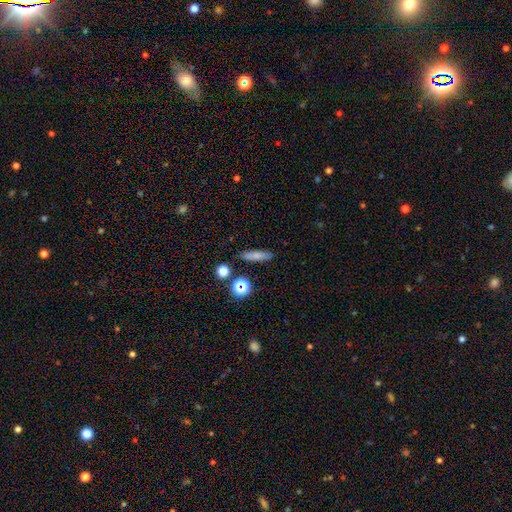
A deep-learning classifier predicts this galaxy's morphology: Smooth or featured? smooth (75%)
How rounded? cigar-shaped (66%)
Merging? none (85%)